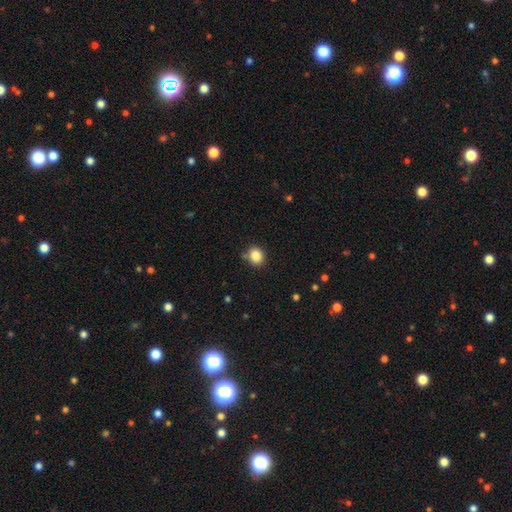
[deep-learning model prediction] The model was most divided on "how rounded": round: 69%, in between: 30%, cigar-shaped: 1%. More confident: smooth or featured — smooth (85%); merging — none (81%).